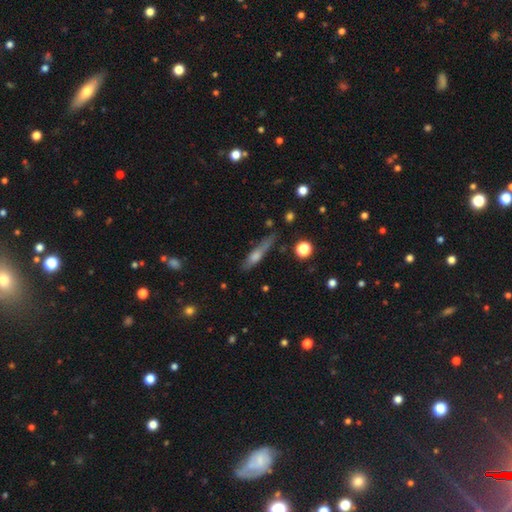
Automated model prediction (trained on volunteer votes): smooth-or-featured: smooth: 50% | featured or disk: 39% | star or artifact: 11%
  merging: none: 65% | minor disturbance: 23% | major disturbance: 8% | merger: 4%